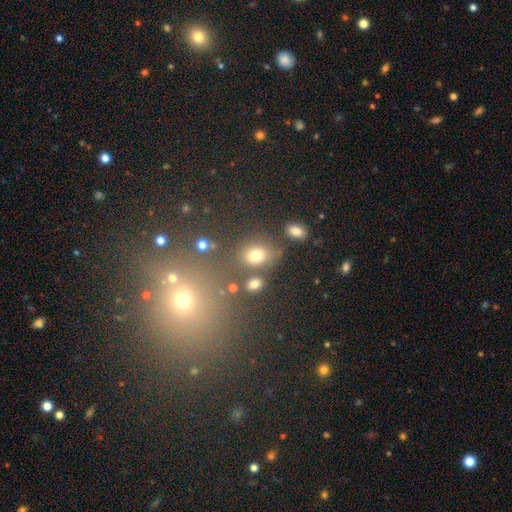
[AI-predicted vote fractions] A smooth galaxy with no disk features (74%) that is in between round and cigar-shaped (52%). Merging: none (63%).